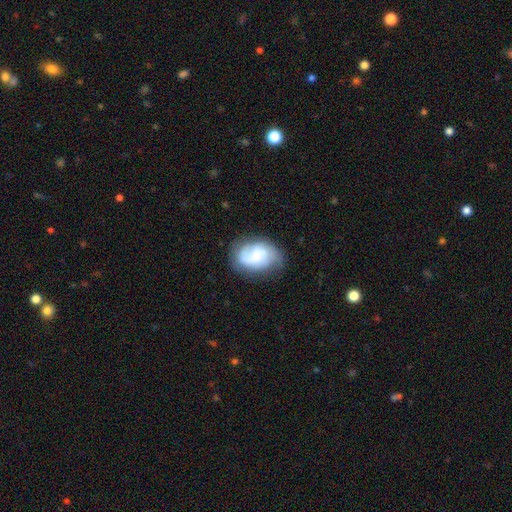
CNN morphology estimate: Smooth or featured? Predicted: featured or disk (p=0.58). Edge-on disk? Predicted: no (p=0.98). Bar? Predicted: no (p=0.65). Spiral arms? Predicted: yes (p=0.88). Bulge size? Predicted: small (p=0.54). Merging? Predicted: none (p=0.66).